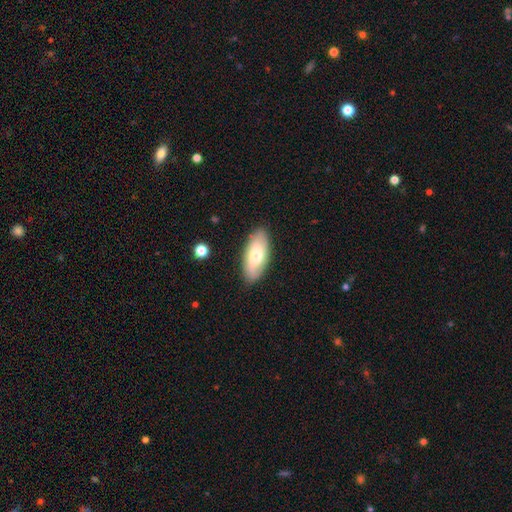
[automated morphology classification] This is likely a smooth galaxy (62%). How rounded: clearly in between (87%). Merging: clearly none (86%).